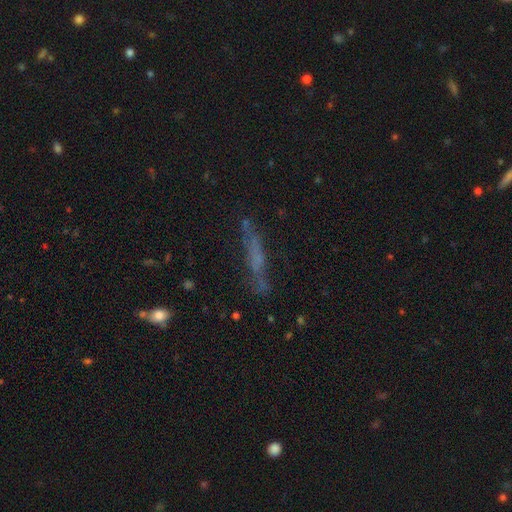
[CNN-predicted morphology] type=featured or disk (43%); merging=none (66%).